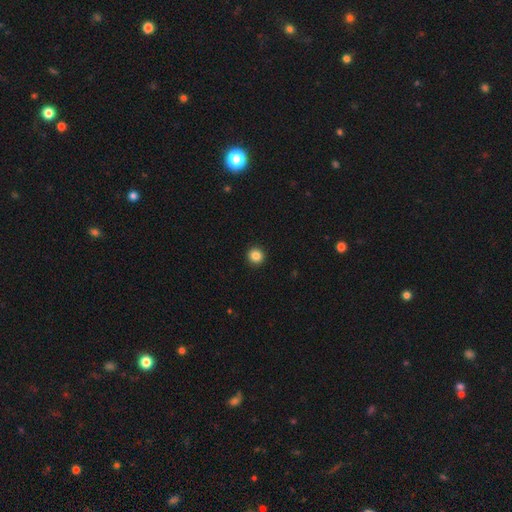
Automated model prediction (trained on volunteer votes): Overall: smooth (86%). How rounded: round (95%). Merging: none (93%).